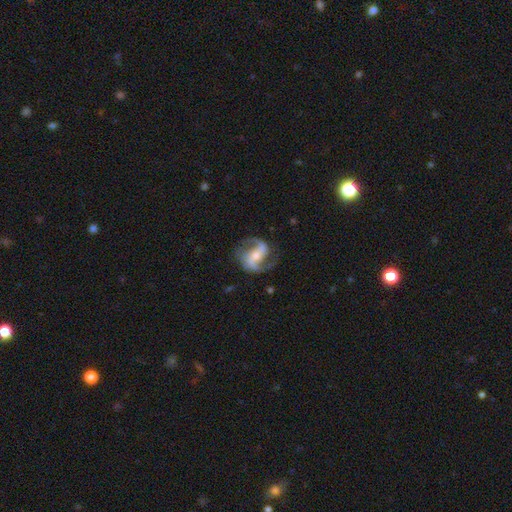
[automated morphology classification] A featured or disk galaxy (90%) with a strong bar (36%), 2 (90%) medium (48%) spiral arms (97%) and a small central bulge (49%). Merging: none (76%).